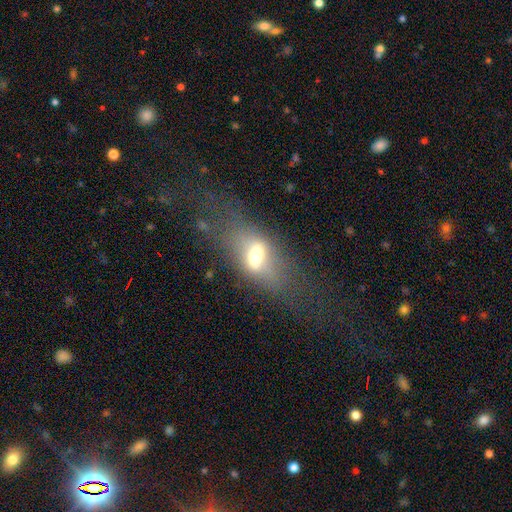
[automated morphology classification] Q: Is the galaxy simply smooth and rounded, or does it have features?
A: smooth — 45%.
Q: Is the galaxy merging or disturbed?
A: none — 47%.